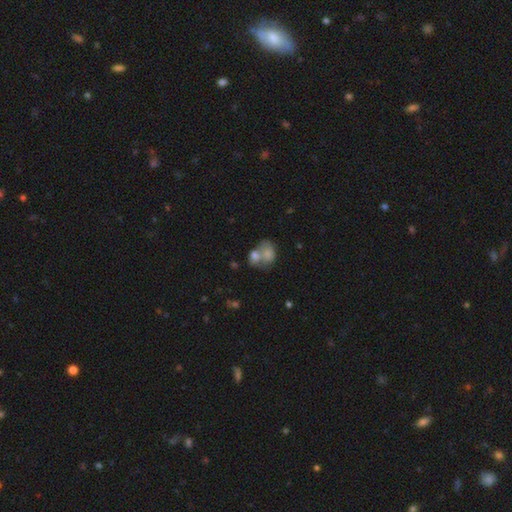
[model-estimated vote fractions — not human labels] This appears to be a smooth galaxy with no disk features (74%) that is in between round and cigar-shaped (66%). Merging: merger (62%).